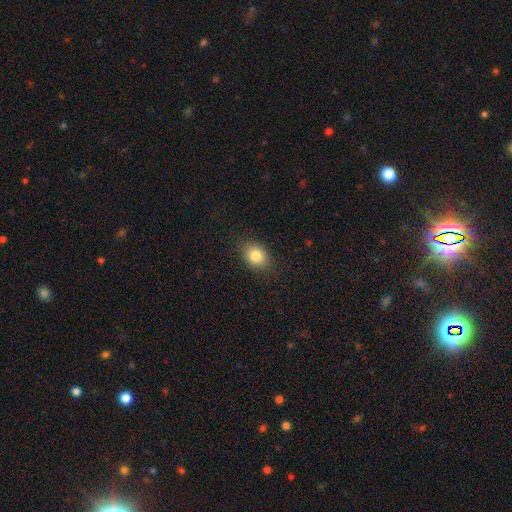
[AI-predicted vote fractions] smooth_or_featured: smooth (p=0.83) [alt: star or artifact p=0.10]
how_rounded: in between (p=0.58) [alt: round p=0.40]
merging: none (p=0.85) [alt: minor disturbance p=0.11]